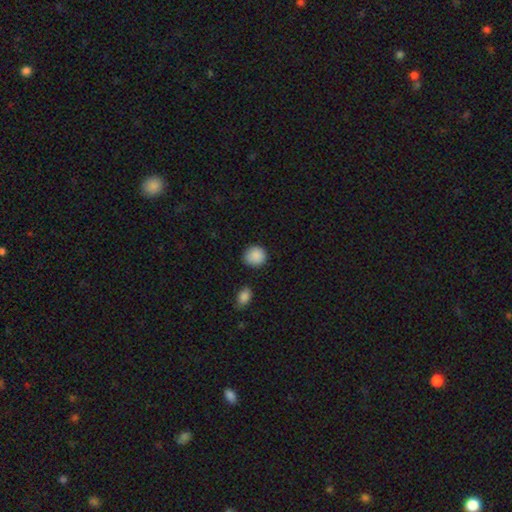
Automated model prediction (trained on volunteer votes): This is clearly a smooth galaxy (89%). How rounded: clearly round (88%). Merging: clearly none (84%).